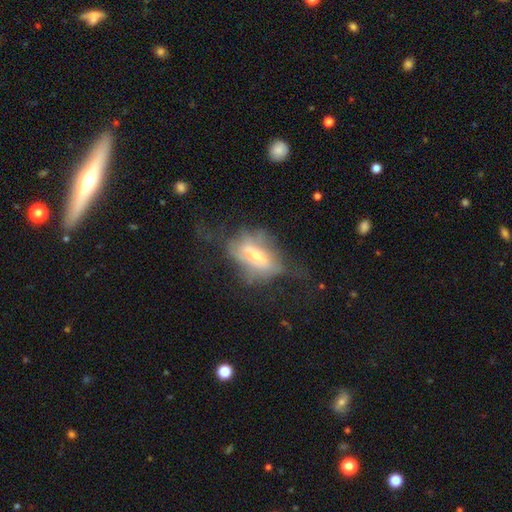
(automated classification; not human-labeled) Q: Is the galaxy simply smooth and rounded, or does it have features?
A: featured or disk — 57%.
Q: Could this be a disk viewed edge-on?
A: no — 55%.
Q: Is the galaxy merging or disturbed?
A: none — 39%.